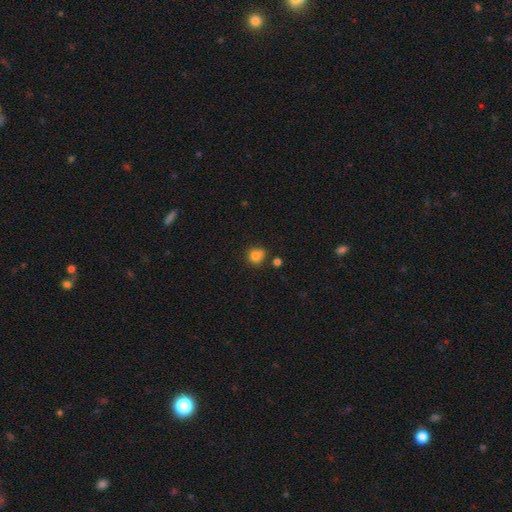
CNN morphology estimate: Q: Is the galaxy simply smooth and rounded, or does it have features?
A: smooth — 82%.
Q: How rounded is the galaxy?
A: round — 87%.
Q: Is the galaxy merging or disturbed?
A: none — 71%.